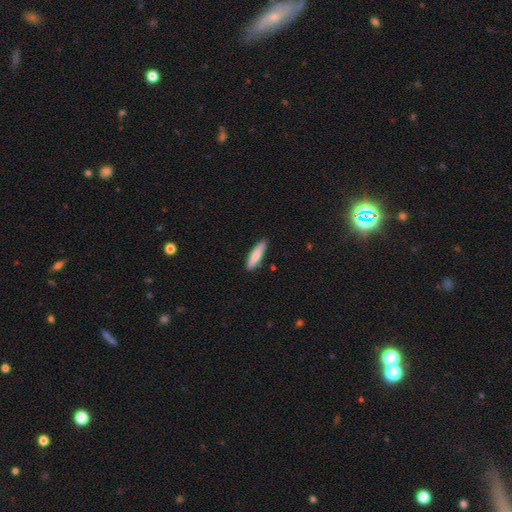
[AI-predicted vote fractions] This is clearly a smooth galaxy (83%). How rounded: likely cigar-shaped (74%). Merging: clearly none (87%).